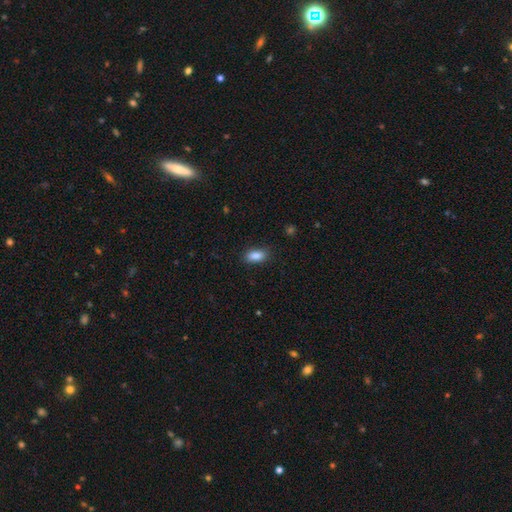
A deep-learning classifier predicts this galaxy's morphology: A smooth galaxy with no disk features (87%) that is in between round and cigar-shaped (89%).

Vote fractions:
- Smooth or featured? smooth: 87% / star or artifact: 8% / featured or disk: 5%
- How rounded? in between: 89% / cigar-shaped: 6% / round: 5%
- Merging? none: 83% / minor disturbance: 13% / major disturbance: 3% / merger: 1%